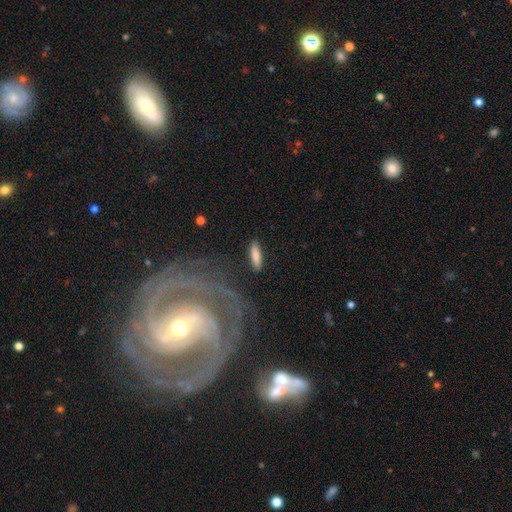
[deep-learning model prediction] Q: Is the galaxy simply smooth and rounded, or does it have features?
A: smooth — 82%.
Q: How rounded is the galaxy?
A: cigar-shaped — 61%.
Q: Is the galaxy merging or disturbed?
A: none — 85%.